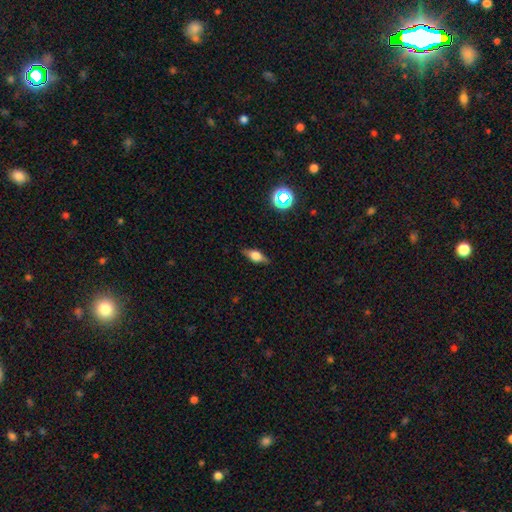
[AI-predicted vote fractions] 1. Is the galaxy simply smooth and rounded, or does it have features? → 48% smooth, 42% featured or disk, 10% star or artifact.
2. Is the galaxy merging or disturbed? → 83% none, 13% minor disturbance, 3% major disturbance, 1% merger.